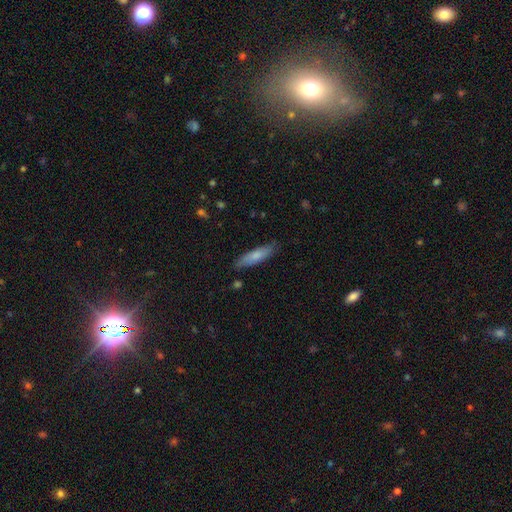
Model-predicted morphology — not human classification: Overall: smooth (75%). How rounded: cigar-shaped (68%; in between 30%). Merging: none (82%).